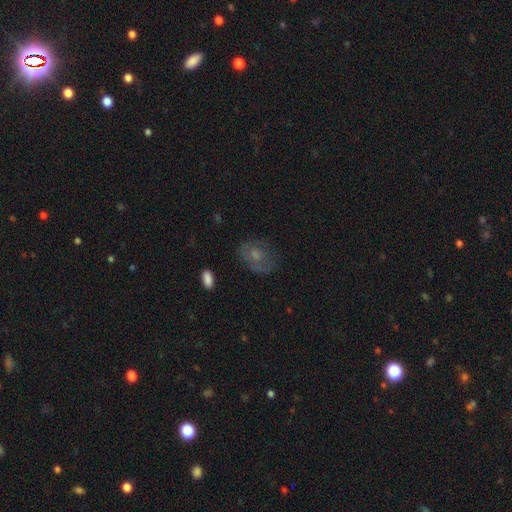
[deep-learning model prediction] Overall: smooth (48%; featured or disk 39%). Merging: none (57%; minor disturbance 24%).